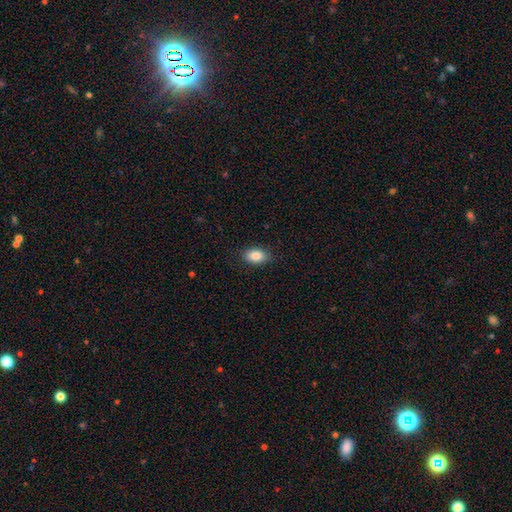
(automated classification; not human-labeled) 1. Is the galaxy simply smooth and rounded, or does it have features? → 85% smooth, 8% star or artifact, 7% featured or disk.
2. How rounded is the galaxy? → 88% in between, 10% round, 2% cigar-shaped.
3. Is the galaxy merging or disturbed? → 86% none, 10% minor disturbance, 2% major disturbance, 1% merger.